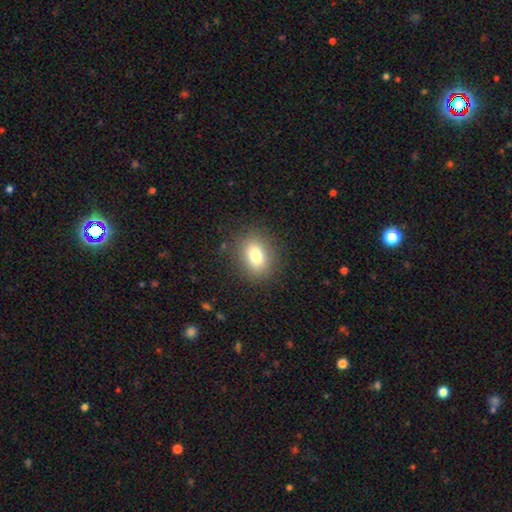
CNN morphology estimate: Overall: smooth (79%). How rounded: in between (65%; round 34%). Merging: none (85%).